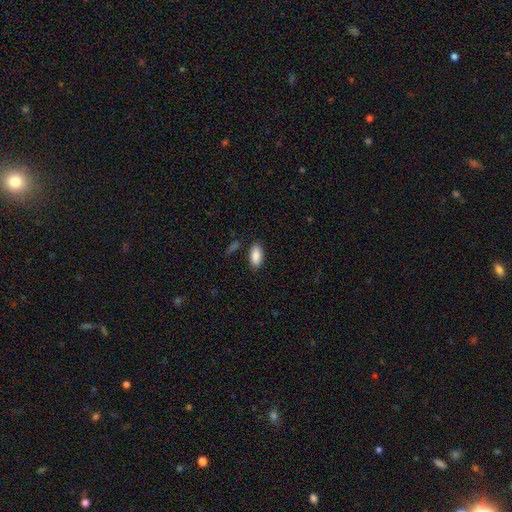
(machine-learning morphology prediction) The model was most divided on "merging": none: 85%, minor disturbance: 10%, major disturbance: 3%, merger: 2%. More confident: how rounded — in between (91%); smooth or featured — smooth (88%).